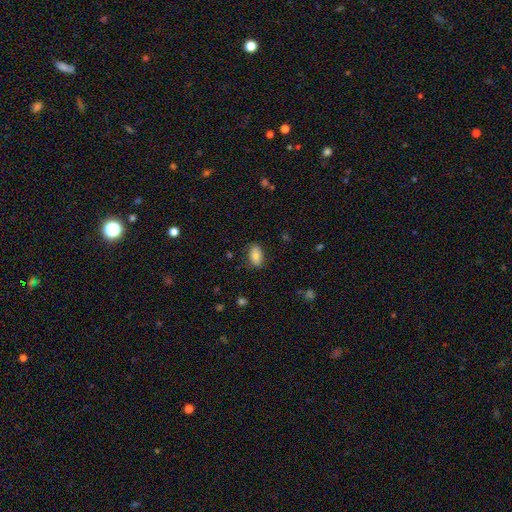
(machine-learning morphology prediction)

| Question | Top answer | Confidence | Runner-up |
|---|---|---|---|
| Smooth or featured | smooth | 81% | featured or disk (11%) |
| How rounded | in between | 91% | round (6%) |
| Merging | none | 82% | minor disturbance (14%) |